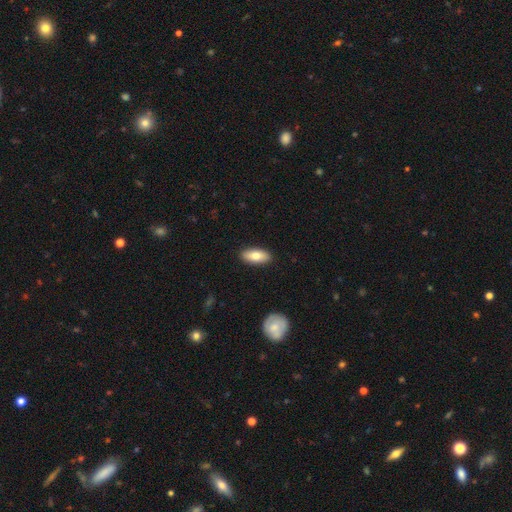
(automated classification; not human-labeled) The model was most divided on "smooth or featured": smooth: 79%, featured or disk: 15%, star or artifact: 6%. More confident: merging — none (90%); how rounded — in between (83%).